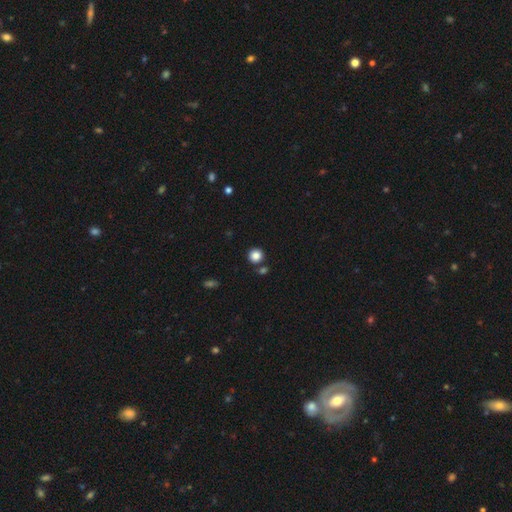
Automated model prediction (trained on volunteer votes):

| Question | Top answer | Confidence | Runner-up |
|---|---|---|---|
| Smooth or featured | smooth | 85% | star or artifact (11%) |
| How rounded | round | 91% | in between (8%) |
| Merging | none | 81% | merger (10%) |